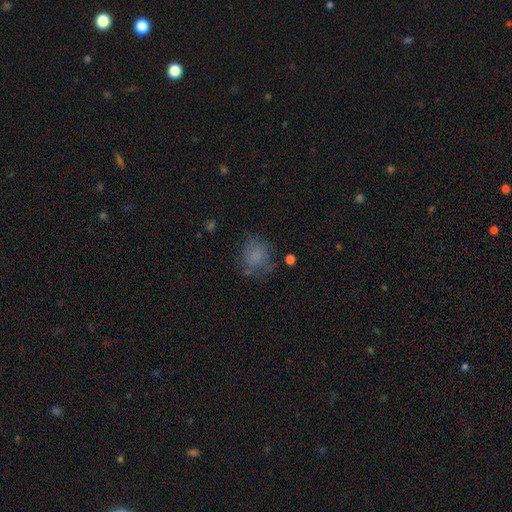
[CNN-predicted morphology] Q: Smooth or featured?
A: smooth (71%); runner-up: featured or disk (16%)
Q: How rounded?
A: round (59%); runner-up: in between (40%)
Q: Merging?
A: none (61%); runner-up: minor disturbance (22%)